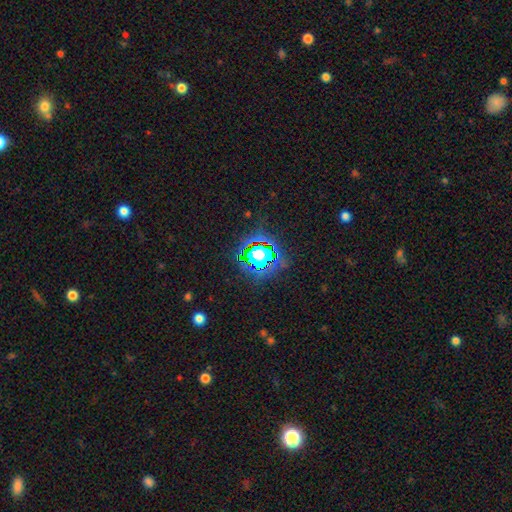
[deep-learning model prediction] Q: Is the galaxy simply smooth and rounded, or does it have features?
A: star or artifact — 79%.